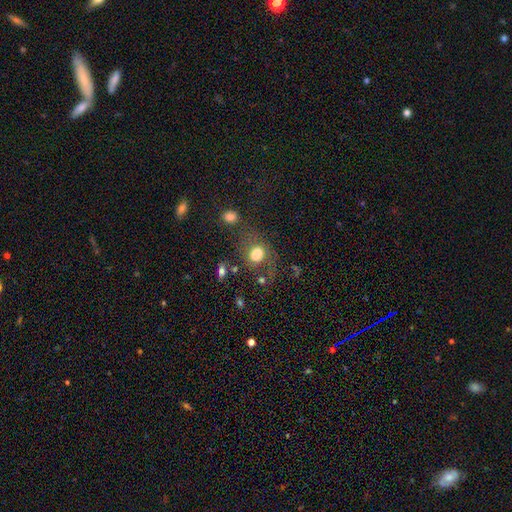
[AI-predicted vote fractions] Overall: smooth (74%). How rounded: in between (53%; round 46%). Merging: none (46%; minor disturbance 20%).